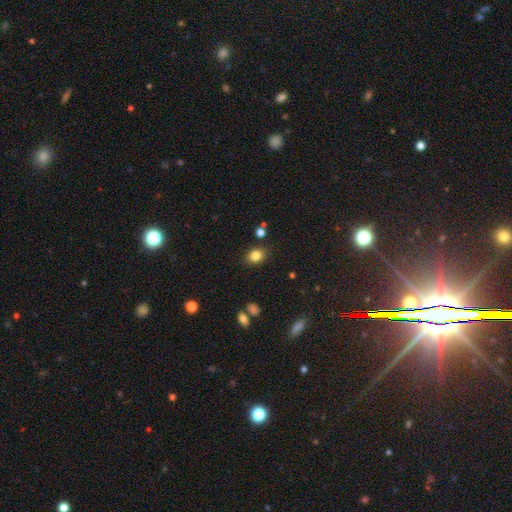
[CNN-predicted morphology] The model was most divided on "how rounded": in between: 54%, round: 45%, cigar-shaped: 1%. More confident: merging — none (84%); smooth or featured — smooth (83%).